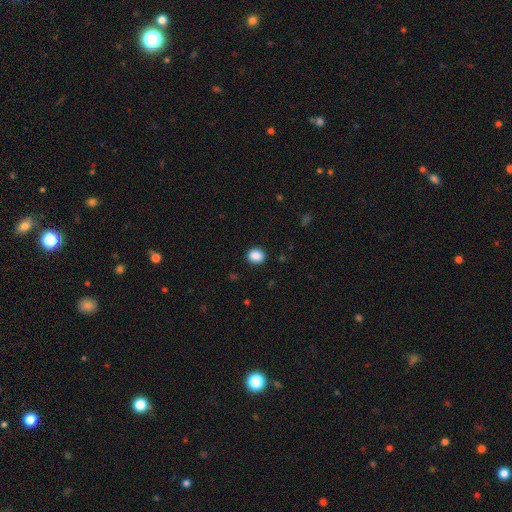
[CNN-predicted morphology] type=smooth (89%); roundness=round (68%); merging=none (90%).